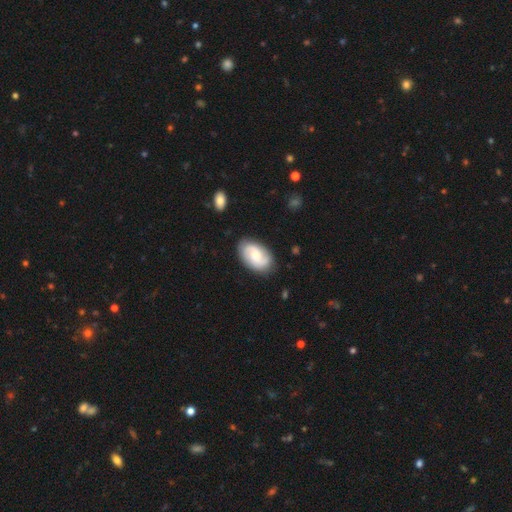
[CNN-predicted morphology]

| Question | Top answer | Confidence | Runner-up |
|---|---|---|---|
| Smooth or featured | featured or disk | 60% | smooth (34%) |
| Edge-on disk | no | 97% | yes (3%) |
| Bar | no | 58% | weak (36%) |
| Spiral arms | yes | 91% | no (9%) |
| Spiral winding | medium | 43% | loose (31%) |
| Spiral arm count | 2 | 82% | can't tell (9%) |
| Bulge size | moderate | 48% | small (40%) |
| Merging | none | 82% | minor disturbance (13%) |